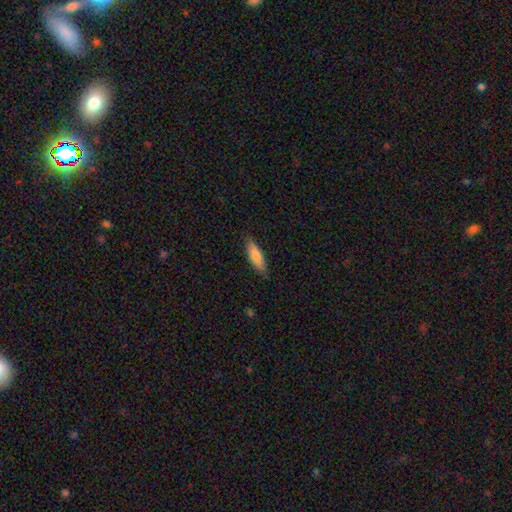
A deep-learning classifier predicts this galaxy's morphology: This appears to be a smooth galaxy with no disk features (78%) that is cigar-shaped (53%). Merging: none (86%).